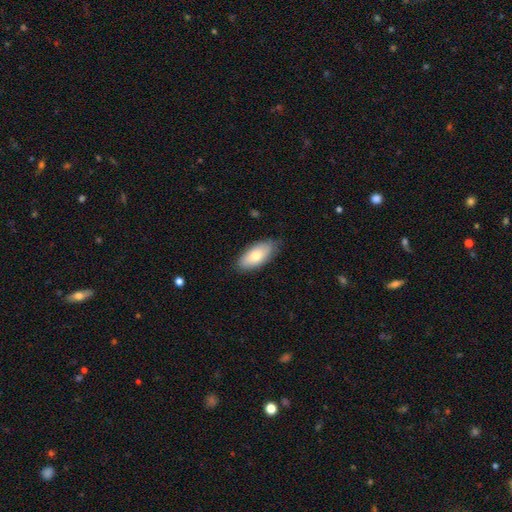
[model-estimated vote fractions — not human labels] This appears to be a smooth galaxy with no disk features (75%) that is in between round and cigar-shaped (89%). Merging: none (81%).